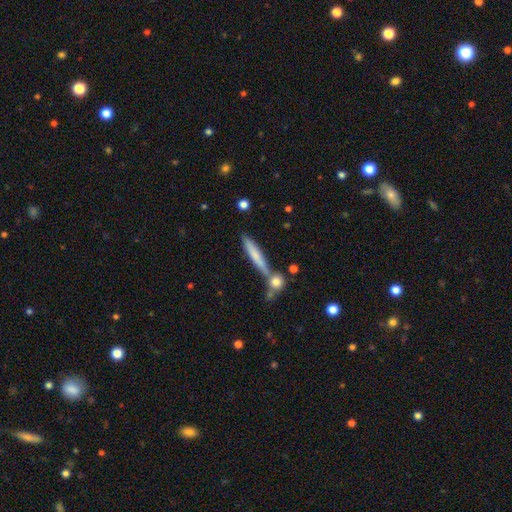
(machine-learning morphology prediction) Smooth or featured: smooth — 64% (featured or disk — 29%)
How rounded: cigar-shaped — 91% (in between — 7%)
Merging: none — 63% (merger — 20%)